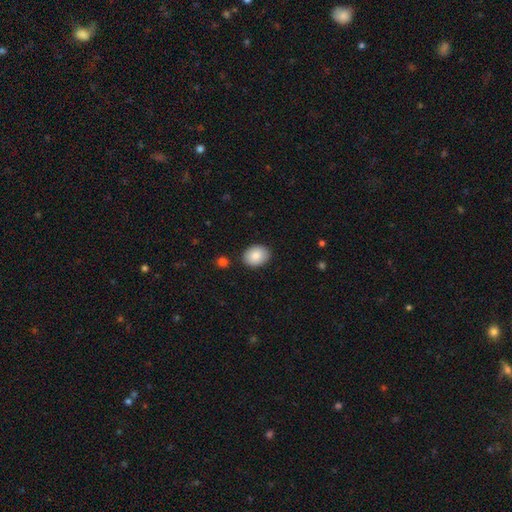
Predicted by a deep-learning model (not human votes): The model was most divided on "how rounded": in between: 65%, round: 34%, cigar-shaped: 1%. More confident: merging — none (87%); smooth or featured — smooth (86%).